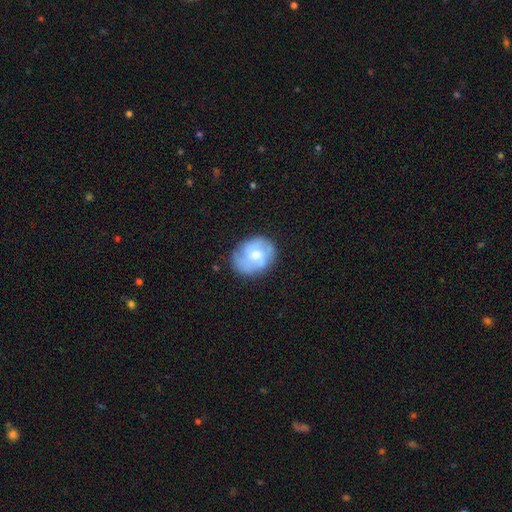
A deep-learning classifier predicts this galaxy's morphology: Smooth or featured? featured or disk (54%)
Edge-on disk? no (97%)
Bar? no (63%)
Spiral arms? yes (79%)
Bulge size? moderate (55%)
Merging? none (71%)